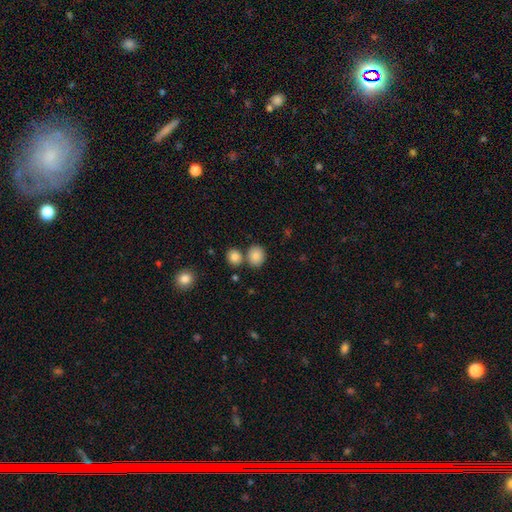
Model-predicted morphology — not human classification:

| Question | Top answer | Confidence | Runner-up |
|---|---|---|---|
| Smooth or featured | smooth | 84% | star or artifact (10%) |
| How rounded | round | 68% | in between (31%) |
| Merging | none | 68% | merger (20%) |